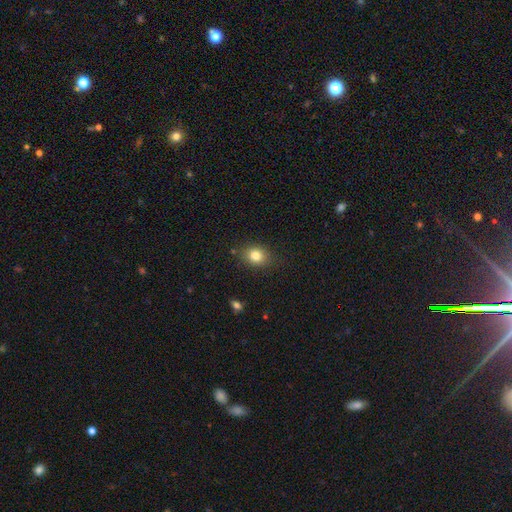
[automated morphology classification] smooth 82%, star or artifact 11%, featured or disk 8%. Down the decision tree: how rounded — round (53%); merging — none (82%).